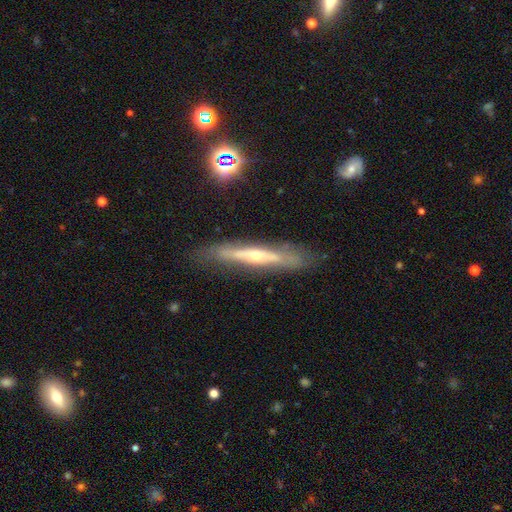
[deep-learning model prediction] Q: Smooth or featured?
A: featured or disk (71%); runner-up: smooth (21%)
Q: Edge-on disk?
A: yes (82%); runner-up: no (18%)
Q: Edge-on bulge?
A: rounded (77%); runner-up: none (19%)
Q: Merging?
A: none (80%); runner-up: minor disturbance (14%)